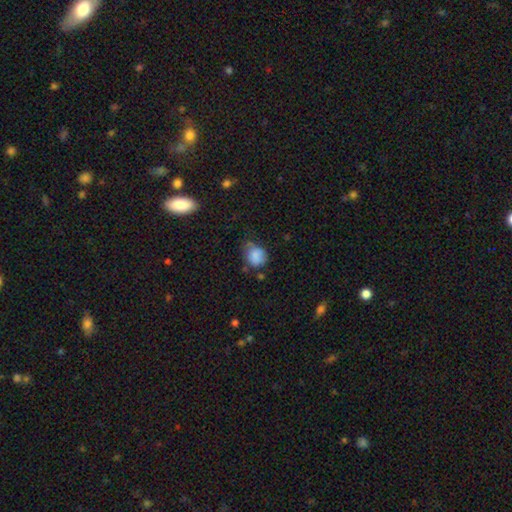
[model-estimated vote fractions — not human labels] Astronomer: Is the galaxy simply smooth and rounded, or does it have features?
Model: smooth — 82%.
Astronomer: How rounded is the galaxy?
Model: round — 60% (runner-up: in between, 39%).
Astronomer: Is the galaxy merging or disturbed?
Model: none — 44% (runner-up: minor disturbance, 39%).